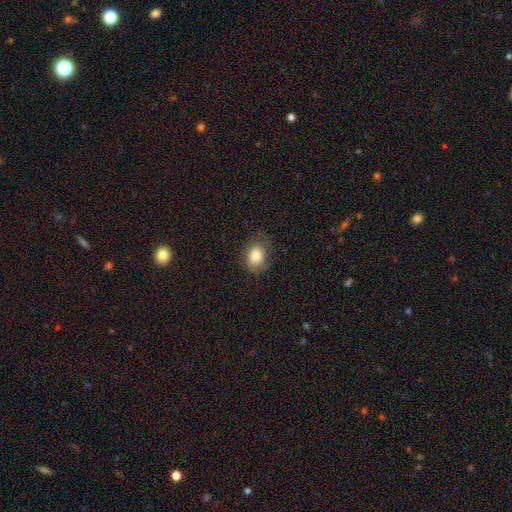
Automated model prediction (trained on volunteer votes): Smooth or featured?
  - smooth: 82% *
  - star or artifact: 9%
  - featured or disk: 9%
How rounded?
  - in between: 64% *
  - round: 35%
  - cigar-shaped: 1%
Merging?
  - none: 75% *
  - minor disturbance: 18%
  - major disturbance: 6%
  - merger: 1%